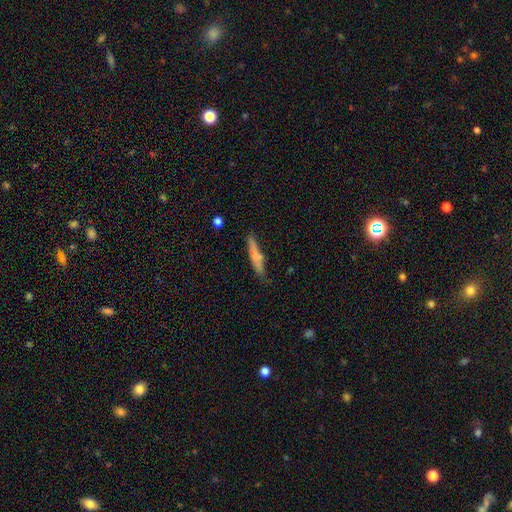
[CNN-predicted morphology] smooth-or-featured: smooth: 67% | featured or disk: 26% | star or artifact: 7%
  how-rounded: cigar-shaped: 89% | in between: 9% | round: 2%
  merging: none: 69% | minor disturbance: 20% | major disturbance: 5% | merger: 5%